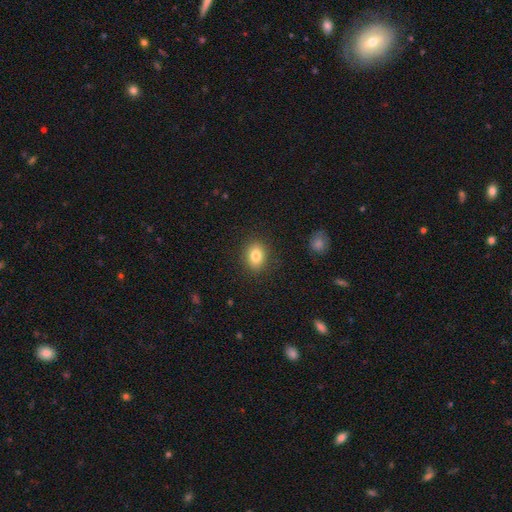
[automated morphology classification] smooth-or-featured: smooth: 82% | star or artifact: 9% | featured or disk: 8%
  how-rounded: in between: 58% | round: 41% | cigar-shaped: 1%
  merging: none: 87% | minor disturbance: 9% | major disturbance: 3% | merger: 1%